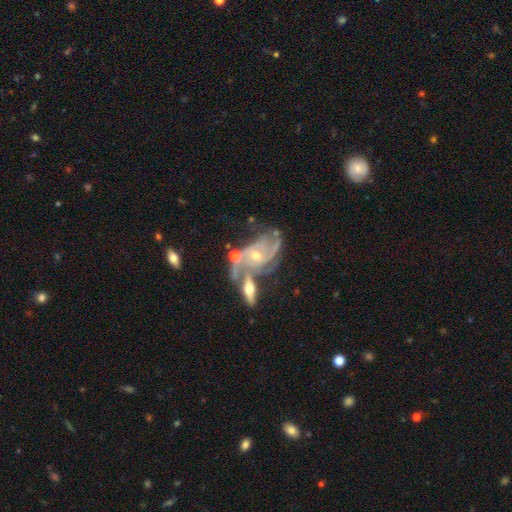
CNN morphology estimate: A featured or disk galaxy (88%) with no bar (64%), 2 (34%) medium (44%, tied with tight) spiral arms (97%) and a small central bulge (62%).

Vote fractions:
- Smooth or featured? featured or disk: 88% / star or artifact: 6% / smooth: 5%
- Edge-on disk? no: 96% / yes: 4%
- Bar? no: 64% / weak: 27% / strong: 8%
- Spiral arms? yes: 97% / no: 3%
- Spiral winding? medium: 44% (tied) / tight: 44% (tied) / loose: 13%
- Spiral arm count? 2: 34% / 3: 30% / can't tell: 18% / 4: 9% / 1: 5% / more than 4: 5%
- Bulge size? small: 62% / moderate: 34% / none: 2% / large: 1% / dominant: 1%
- Merging? none: 36% / merger: 33% / minor disturbance: 17% / major disturbance: 14%